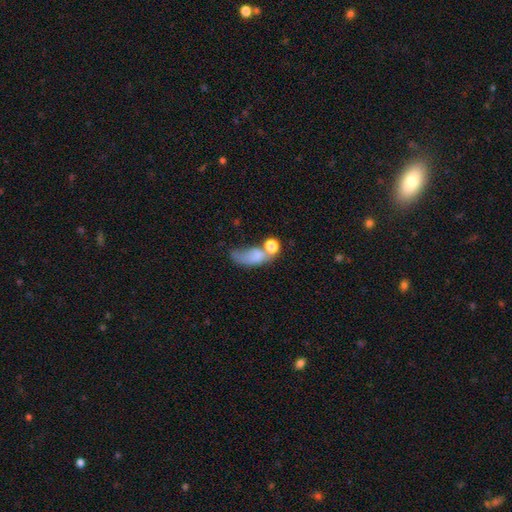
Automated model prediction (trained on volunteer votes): A smooth galaxy with no disk features (69%) that is in between round and cigar-shaped (78%).

Vote fractions:
- Smooth or featured? smooth: 69% / featured or disk: 19% / star or artifact: 12%
- How rounded? in between: 78% / round: 14% / cigar-shaped: 8%
- Merging? merger: 32% / major disturbance: 26% / none: 24% / minor disturbance: 18%